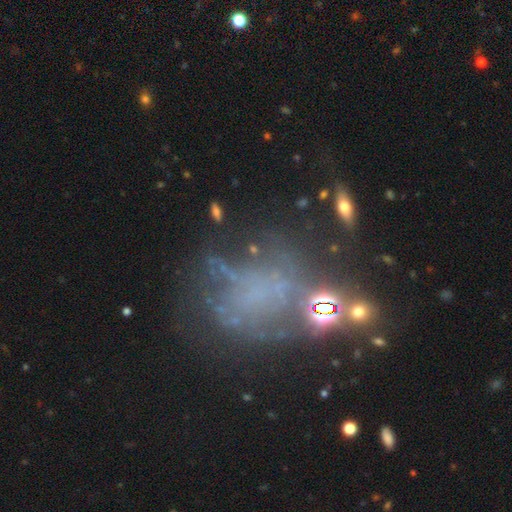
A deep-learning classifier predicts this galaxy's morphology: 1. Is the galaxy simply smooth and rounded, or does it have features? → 47% featured or disk, 30% star or artifact, 23% smooth.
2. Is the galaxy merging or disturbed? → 41% none, 31% major disturbance, 19% minor disturbance, 9% merger.